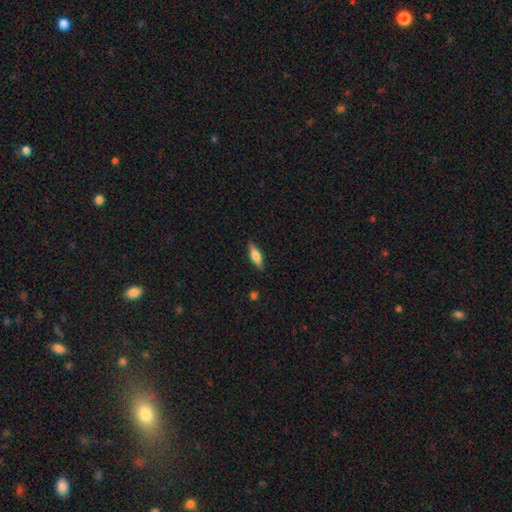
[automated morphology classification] Smooth or featured?
  - smooth: 55% *
  - featured or disk: 38%
  - star or artifact: 6%
How rounded?
  - in between: 49% *
  - cigar-shaped: 48%
  - round: 3%
Merging?
  - none: 87% *
  - minor disturbance: 10%
  - major disturbance: 2%
  - merger: 1%